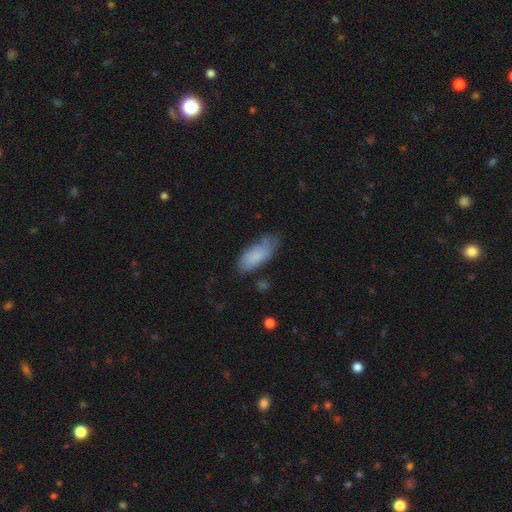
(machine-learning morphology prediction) Overall: smooth (76%). How rounded: in between (83%). Merging: none (51%; minor disturbance 35%).